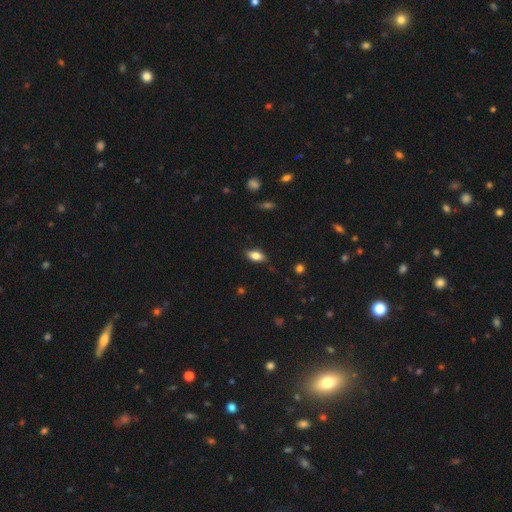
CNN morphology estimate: Smooth or featured: smooth — 78% (featured or disk — 14%)
How rounded: in between — 88% (cigar-shaped — 7%)
Merging: none — 83% (minor disturbance — 13%)